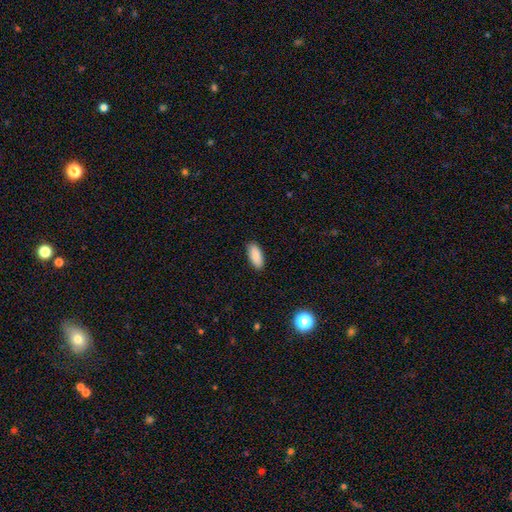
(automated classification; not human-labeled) A smooth galaxy with no disk features (89%) that is in between round and cigar-shaped (83%). Merging: none (90%).